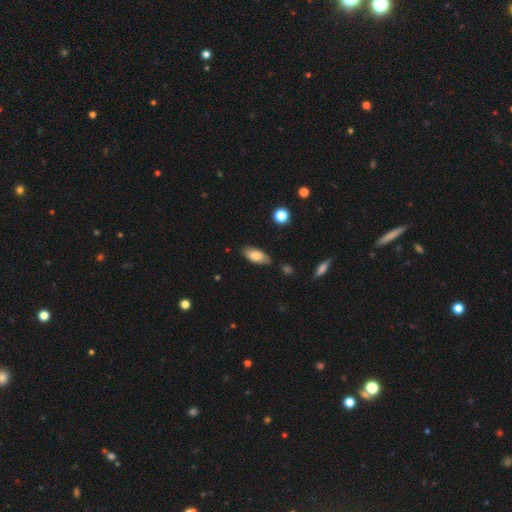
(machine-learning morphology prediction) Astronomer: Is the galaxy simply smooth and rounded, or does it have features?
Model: smooth — 80%.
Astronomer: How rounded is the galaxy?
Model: in between — 86%.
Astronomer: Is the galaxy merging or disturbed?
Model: none — 80%.